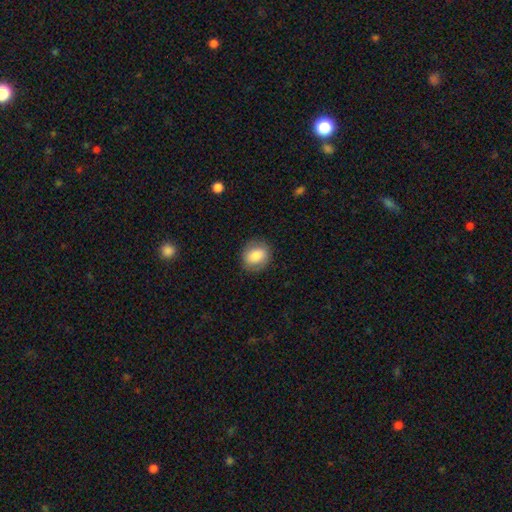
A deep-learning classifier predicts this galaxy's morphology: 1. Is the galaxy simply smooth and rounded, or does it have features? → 80% smooth, 12% featured or disk, 8% star or artifact.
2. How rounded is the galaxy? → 59% round, 40% in between, 1% cigar-shaped.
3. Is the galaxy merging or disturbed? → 85% none, 11% minor disturbance, 3% major disturbance, 1% merger.